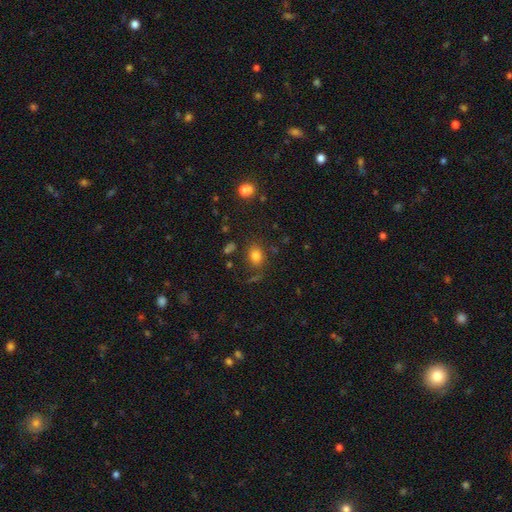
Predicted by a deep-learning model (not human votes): A smooth galaxy with no disk features (78%) that is in between round and cigar-shaped (57%).

Vote fractions:
- Smooth or featured? smooth: 78% / star or artifact: 14% / featured or disk: 8%
- How rounded? in between: 57% / round: 42% / cigar-shaped: 1%
- Merging? none: 74% / minor disturbance: 15% / major disturbance: 7% / merger: 4%